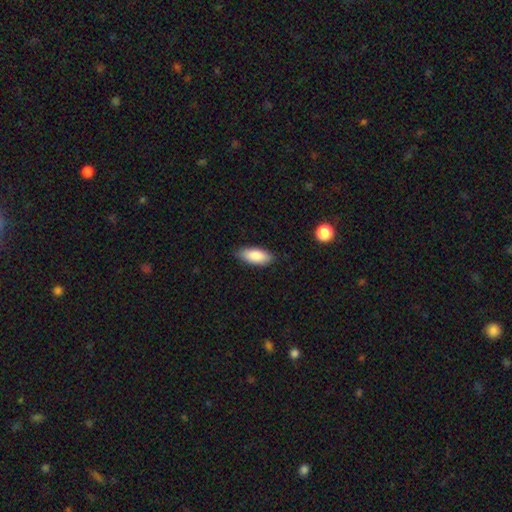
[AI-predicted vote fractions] This appears to be a smooth galaxy with no disk features (87%) that is in between round and cigar-shaped (83%). Merging: none (82%).